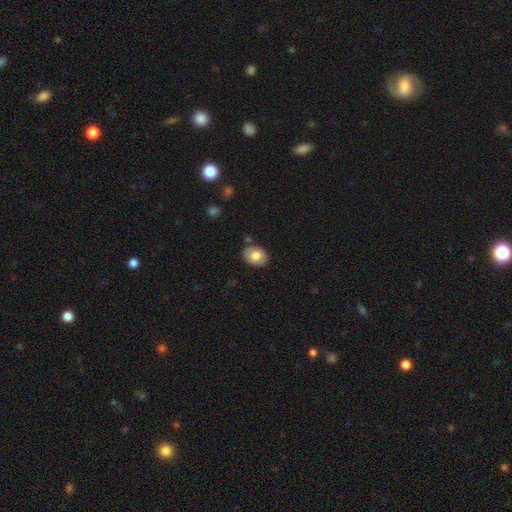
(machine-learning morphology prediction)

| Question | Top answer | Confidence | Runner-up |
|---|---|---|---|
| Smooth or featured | smooth | 73% | featured or disk (20%) |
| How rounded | in between | 69% | round (30%) |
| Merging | none | 81% | minor disturbance (12%) |